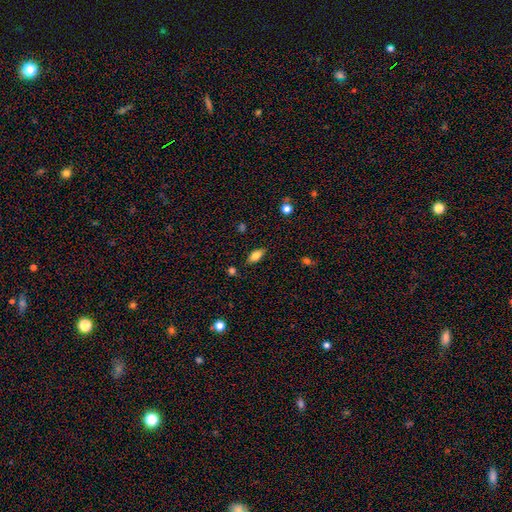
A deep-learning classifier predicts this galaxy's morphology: Smooth or featured?
  - smooth: 79% *
  - featured or disk: 13%
  - star or artifact: 8%
How rounded?
  - in between: 87% *
  - cigar-shaped: 10%
  - round: 3%
Merging?
  - none: 83% *
  - minor disturbance: 12%
  - major disturbance: 3%
  - merger: 2%